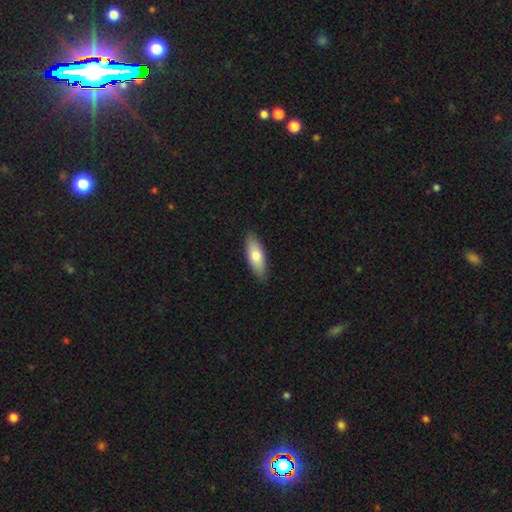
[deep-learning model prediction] smooth_or_featured: smooth (p=0.75) [alt: featured or disk p=0.20]
how_rounded: in between (p=0.68) [alt: cigar-shaped p=0.30]
merging: none (p=0.88) [alt: minor disturbance p=0.09]